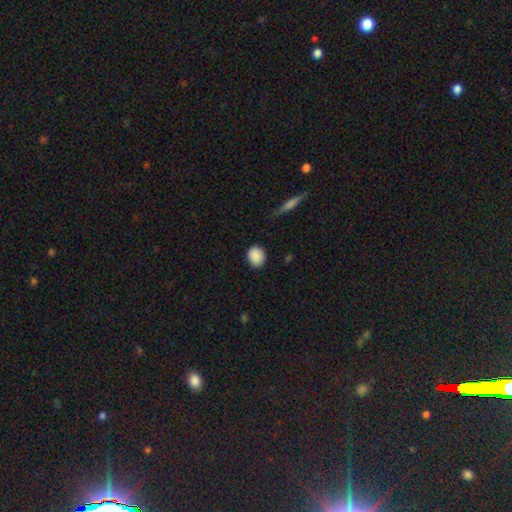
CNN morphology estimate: smooth-or-featured: smooth: 89% | star or artifact: 8% | featured or disk: 3%
  how-rounded: round: 67% | in between: 31% | cigar-shaped: 1%
  merging: none: 86% | minor disturbance: 10% | major disturbance: 2% | merger: 1%